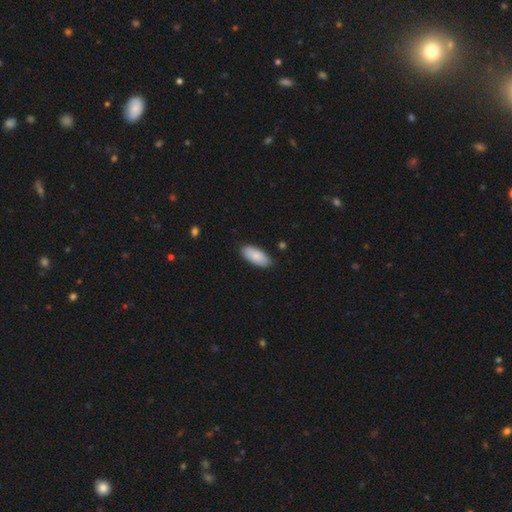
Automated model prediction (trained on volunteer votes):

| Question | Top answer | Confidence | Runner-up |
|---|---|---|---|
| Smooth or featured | smooth | 87% | featured or disk (8%) |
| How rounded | in between | 89% | cigar-shaped (10%) |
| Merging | none | 87% | minor disturbance (10%) |